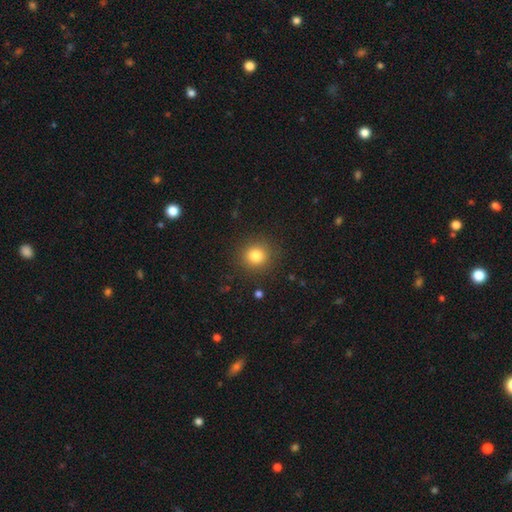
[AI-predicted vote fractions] Morphology: type=smooth (81%); roundness=round (91%); merging=none (89%).